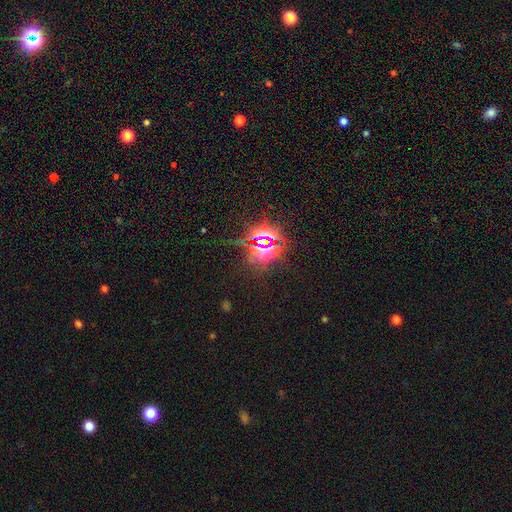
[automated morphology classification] The model was most divided on "smooth or featured": star or artifact: 80%, smooth: 13%, featured or disk: 6%.